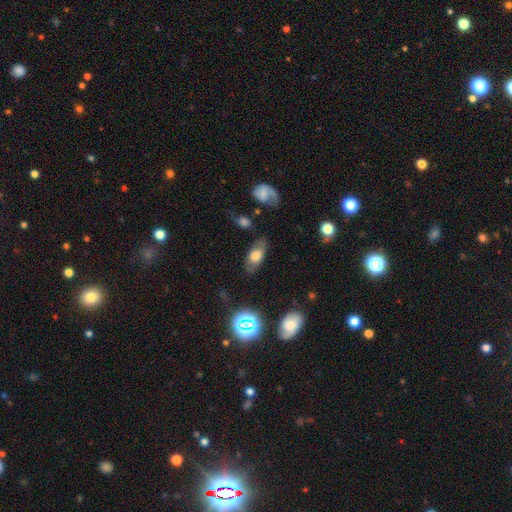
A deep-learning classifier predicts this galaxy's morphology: A smooth galaxy with no disk features (59%) that is in between round and cigar-shaped (84%).

Vote fractions:
- Smooth or featured? smooth: 59% / featured or disk: 31% / star or artifact: 10%
- How rounded? in between: 84% / cigar-shaped: 10% / round: 6%
- Merging? none: 75% / minor disturbance: 17% / major disturbance: 6% / merger: 2%